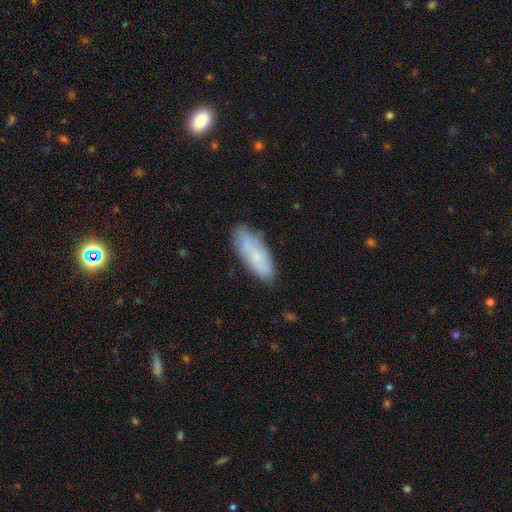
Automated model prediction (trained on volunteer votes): Smooth or featured? smooth (66%)
How rounded? in between (68%)
Merging? none (79%)